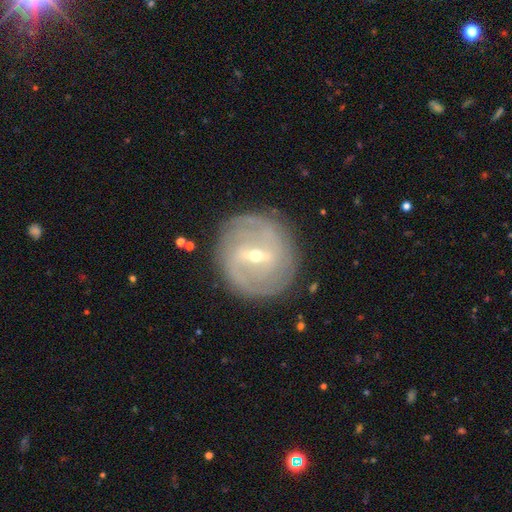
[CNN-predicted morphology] The model was most divided on "bar": strong: 46%, weak: 42%, no: 11%. Remaining: edge-on disk — no (94%); merging — none (84%); smooth or featured — featured or disk (82%); spiral arms — yes (82%); bulge size — small (62%); spiral winding — tight (61%); spiral arm count — can't tell (38%).